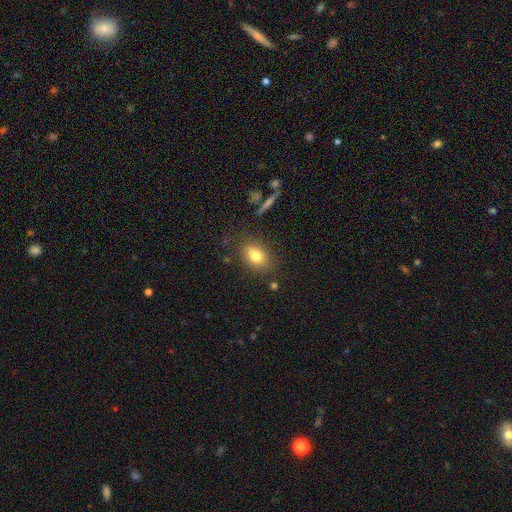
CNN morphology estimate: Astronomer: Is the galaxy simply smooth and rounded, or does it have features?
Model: smooth — 79%.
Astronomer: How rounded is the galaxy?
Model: in between — 77%.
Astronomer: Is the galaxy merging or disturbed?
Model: none — 79%.